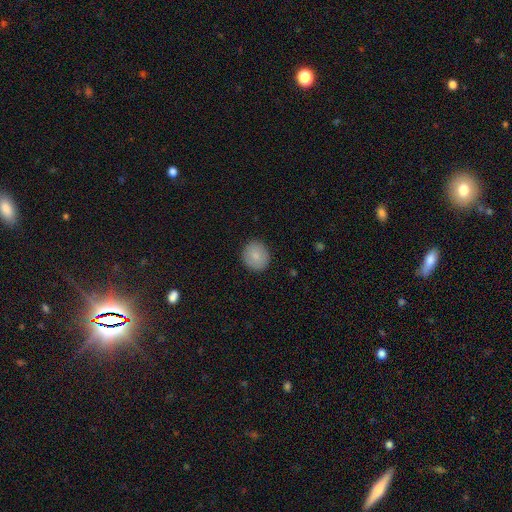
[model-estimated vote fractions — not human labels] A smooth galaxy with no disk features (83%) that is round (78%).

Vote fractions:
- Smooth or featured? smooth: 83% / featured or disk: 9% / star or artifact: 8%
- How rounded? round: 78% / in between: 21% / cigar-shaped: 1%
- Merging? none: 89% / minor disturbance: 8% / major disturbance: 2% / merger: 1%